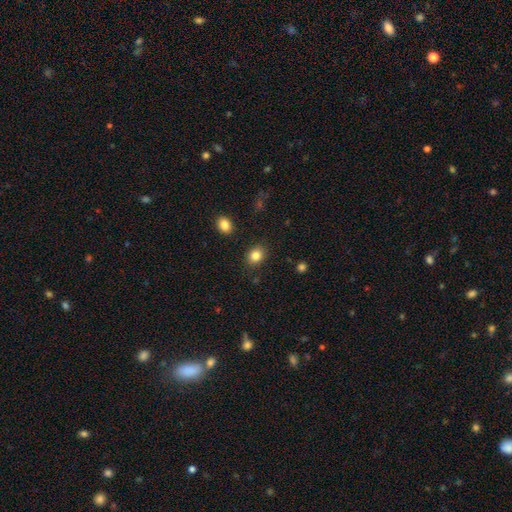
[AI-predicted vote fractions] The model was most divided on "how rounded": round: 55%, in between: 44%, cigar-shaped: 1%. More confident: merging — none (86%); smooth or featured — smooth (84%).